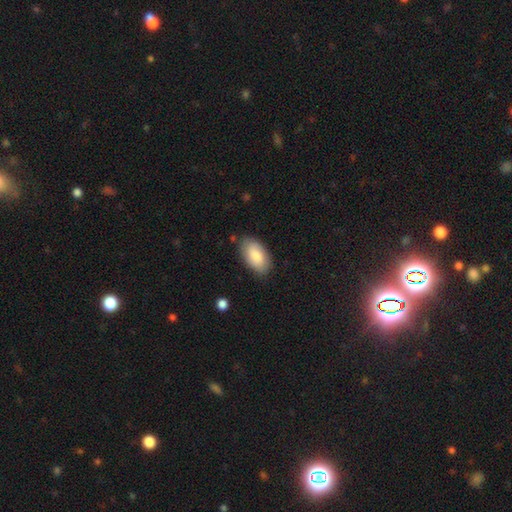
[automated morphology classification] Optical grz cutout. It shows a smooth galaxy with no disk features (83%) that is in between round and cigar-shaped (95%). Merging: none (81%).